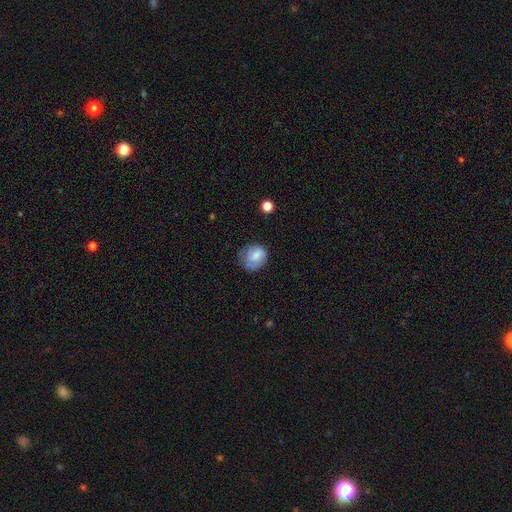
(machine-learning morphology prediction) Q: Smooth or featured?
A: smooth (65%); runner-up: featured or disk (26%)
Q: How rounded?
A: round (70%); runner-up: in between (29%)
Q: Merging?
A: none (61%); runner-up: minor disturbance (27%)